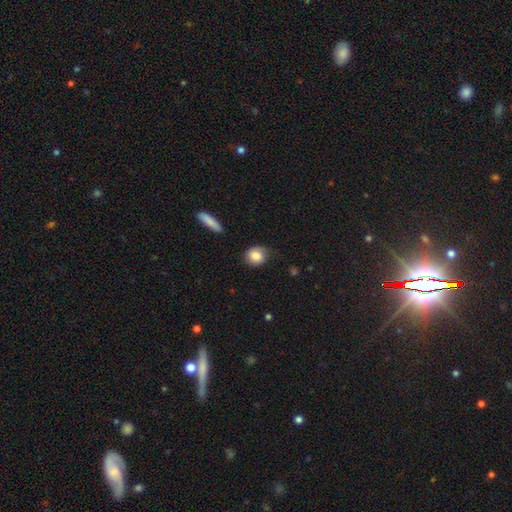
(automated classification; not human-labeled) Smooth or featured? smooth (82%)
How rounded? round (74%)
Merging? none (64%)